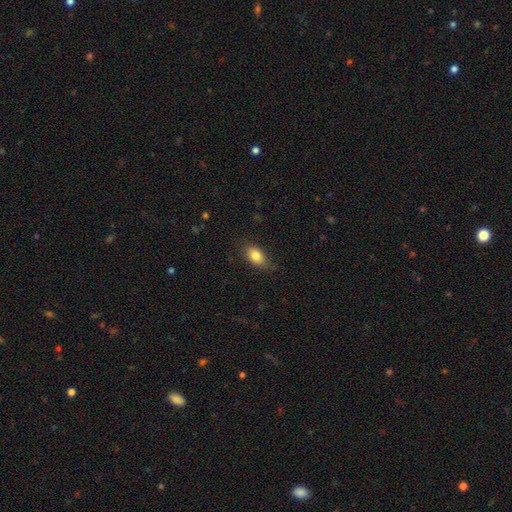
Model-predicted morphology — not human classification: Q: Smooth or featured?
A: smooth (83%); runner-up: featured or disk (9%)
Q: How rounded?
A: in between (87%); runner-up: round (10%)
Q: Merging?
A: none (80%); runner-up: minor disturbance (15%)